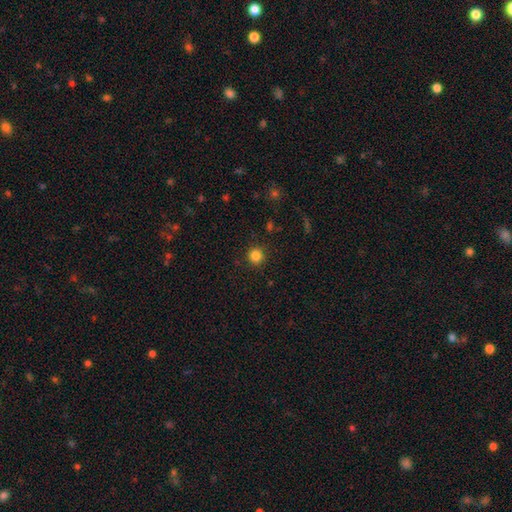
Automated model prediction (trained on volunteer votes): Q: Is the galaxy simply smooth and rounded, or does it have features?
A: smooth — 84%.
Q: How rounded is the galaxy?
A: round — 91%.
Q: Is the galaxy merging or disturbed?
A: none — 90%.